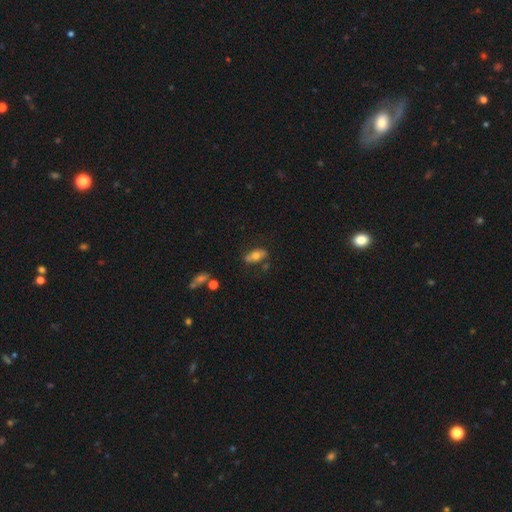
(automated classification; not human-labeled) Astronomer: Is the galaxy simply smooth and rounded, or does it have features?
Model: smooth — 62%.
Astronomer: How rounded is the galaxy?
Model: in between — 78%.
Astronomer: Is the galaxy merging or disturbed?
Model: none — 71%.